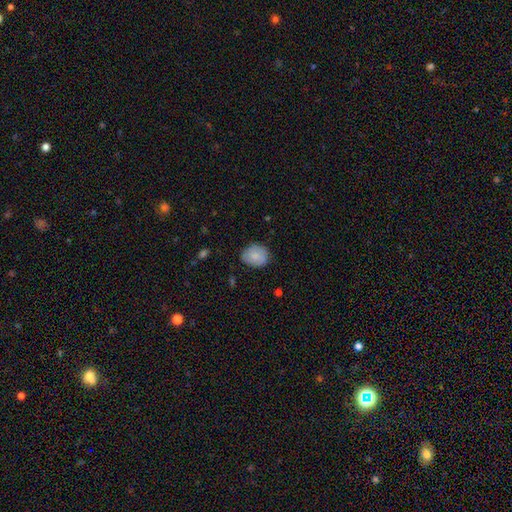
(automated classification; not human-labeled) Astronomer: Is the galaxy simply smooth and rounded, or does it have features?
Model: smooth — 83%.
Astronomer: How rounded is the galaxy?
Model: round — 60% (runner-up: in between, 39%).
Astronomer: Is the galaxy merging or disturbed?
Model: none — 77%.